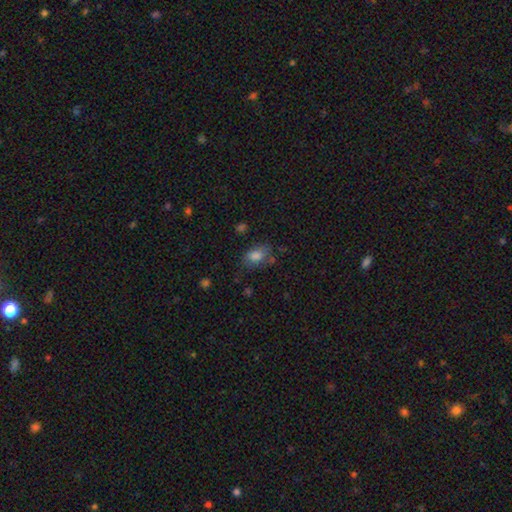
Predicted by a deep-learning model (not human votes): This is likely a smooth galaxy (79%). How rounded: clearly in between (84%). Merging: possibly none (60%).